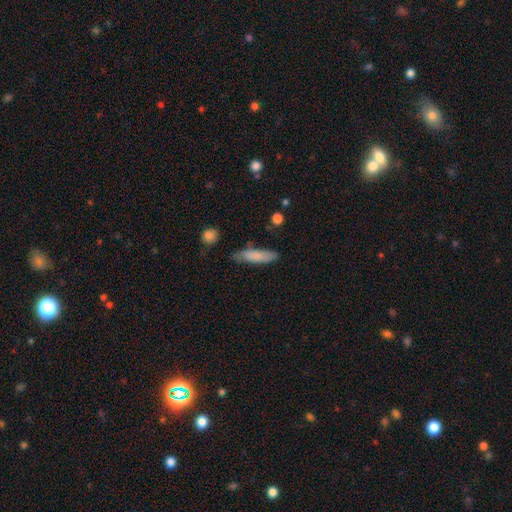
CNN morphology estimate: Smooth or featured?
  - smooth: 80% *
  - featured or disk: 14%
  - star or artifact: 6%
How rounded?
  - cigar-shaped: 72% *
  - in between: 27%
  - round: 2%
Merging?
  - none: 74% *
  - minor disturbance: 20%
  - major disturbance: 4%
  - merger: 2%